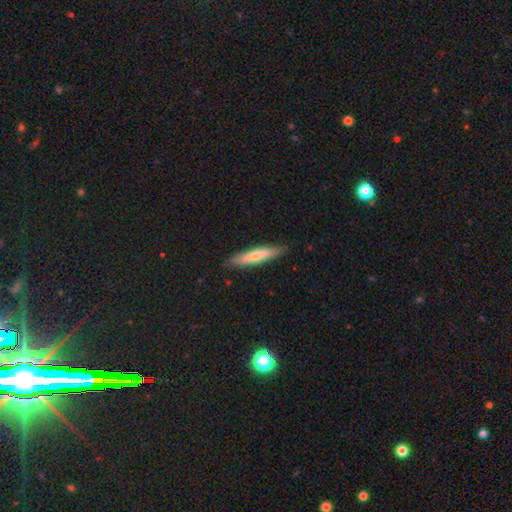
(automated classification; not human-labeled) Overall: smooth (59%; featured or disk 36%). How rounded: cigar-shaped (85%). Merging: none (85%).